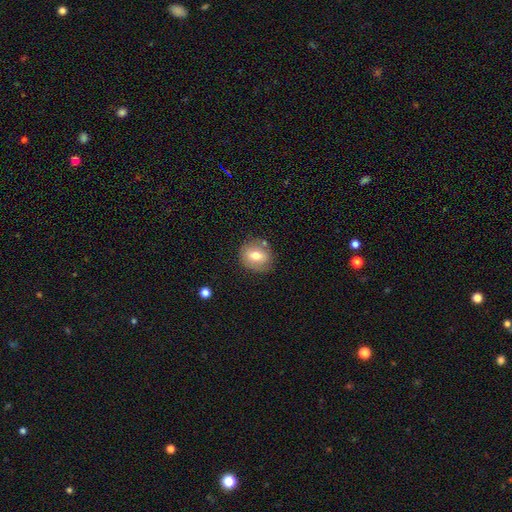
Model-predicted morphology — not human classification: The model was most divided on "how rounded": round: 67%, in between: 32%, cigar-shaped: 1%. More confident: merging — none (76%); smooth or featured — smooth (67%).